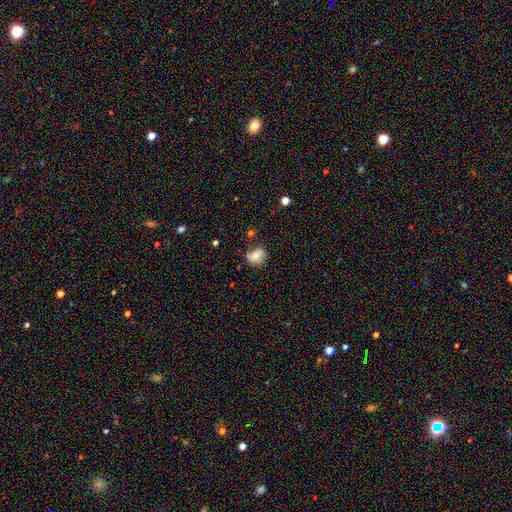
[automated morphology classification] Smooth or featured?
  - smooth: 61% *
  - featured or disk: 29%
  - star or artifact: 10%
How rounded?
  - round: 62% *
  - in between: 37%
  - cigar-shaped: 1%
Merging?
  - none: 64% *
  - minor disturbance: 25%
  - major disturbance: 7%
  - merger: 4%